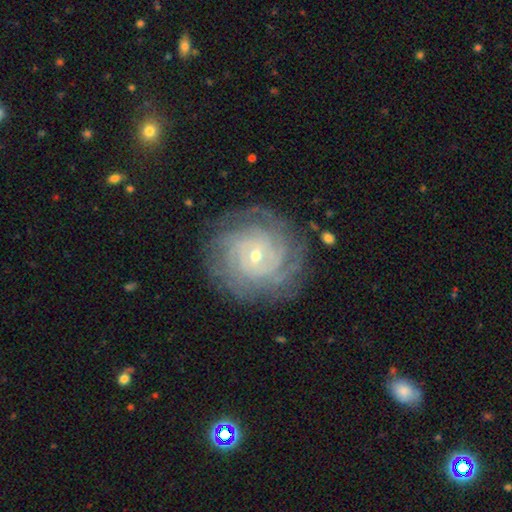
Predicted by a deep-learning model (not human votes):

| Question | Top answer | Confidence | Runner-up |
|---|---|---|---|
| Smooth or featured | featured or disk | 87% | smooth (7%) |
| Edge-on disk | no | 97% | yes (3%) |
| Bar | no | 62% | weak (30%) |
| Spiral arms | yes | 97% | no (3%) |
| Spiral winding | tight | 83% | medium (14%) |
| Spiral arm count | can't tell | 31% | 4 (22%) |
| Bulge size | small | 66% | moderate (31%) |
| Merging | none | 81% | minor disturbance (13%) |